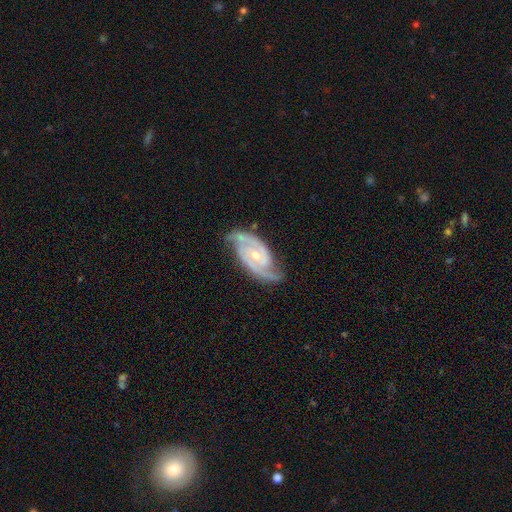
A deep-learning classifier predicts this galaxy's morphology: This appears to be a featured or disk galaxy (92%) with no bar (56%), 2 (86%) medium (49%) spiral arms (98%) and a small central bulge (51%). Merging: none (78%).